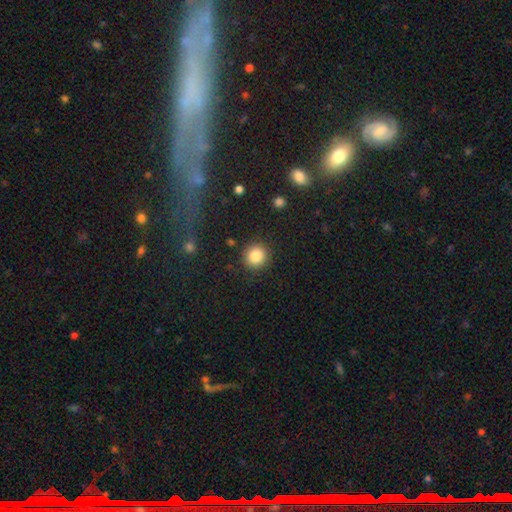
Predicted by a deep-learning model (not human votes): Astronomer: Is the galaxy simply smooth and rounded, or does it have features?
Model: smooth — 85%.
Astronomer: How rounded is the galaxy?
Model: round — 91%.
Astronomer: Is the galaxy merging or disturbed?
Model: none — 89%.